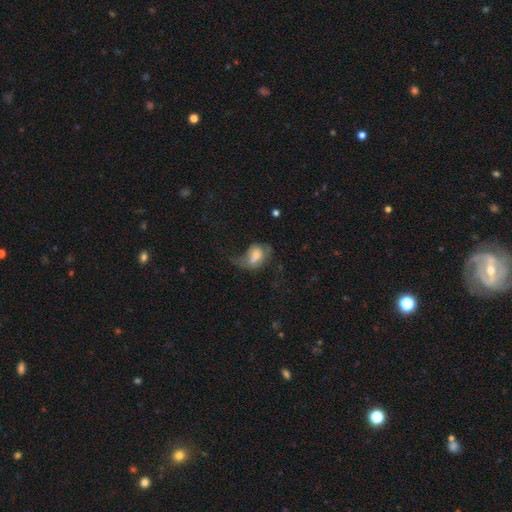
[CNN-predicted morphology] Smooth or featured? smooth (52%)
How rounded? in between (59%)
Merging? merger (36%)